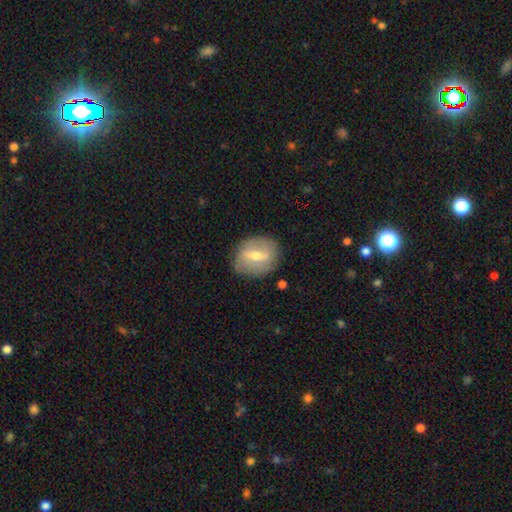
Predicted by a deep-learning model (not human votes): Morphology: type=featured or disk (55%); edge-on=no (92%); bar=weak (46%); spiral arms=no (54%); bulge=moderate (62%); merging=none (82%).